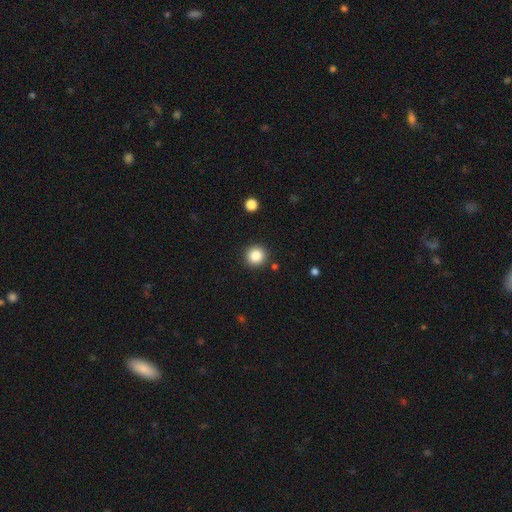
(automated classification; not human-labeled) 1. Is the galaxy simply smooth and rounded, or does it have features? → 85% smooth, 10% star or artifact, 5% featured or disk.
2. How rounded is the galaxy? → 93% round, 6% in between, 1% cigar-shaped.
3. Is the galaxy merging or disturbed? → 90% none, 6% minor disturbance, 2% major disturbance, 2% merger.